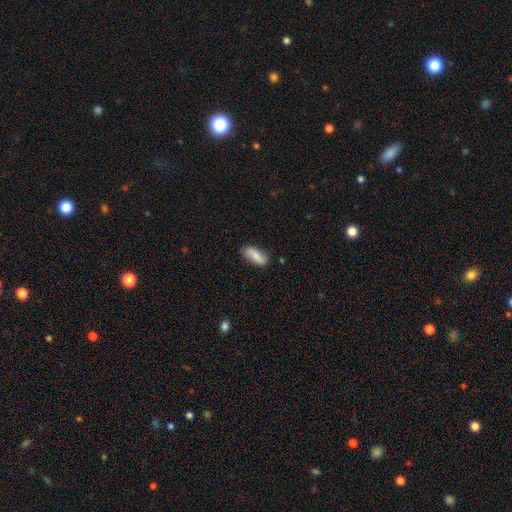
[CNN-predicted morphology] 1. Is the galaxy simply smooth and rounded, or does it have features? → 73% smooth, 21% featured or disk, 6% star or artifact.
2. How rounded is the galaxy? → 81% in between, 16% cigar-shaped, 3% round.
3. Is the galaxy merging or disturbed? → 80% none, 16% minor disturbance, 3% major disturbance, 2% merger.